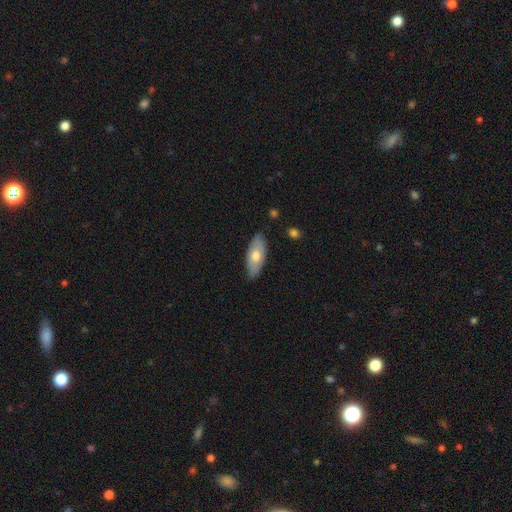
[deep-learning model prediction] smooth 63%, featured or disk 31%, star or artifact 6%. Down the decision tree: how rounded — in between (85%); merging — none (82%).